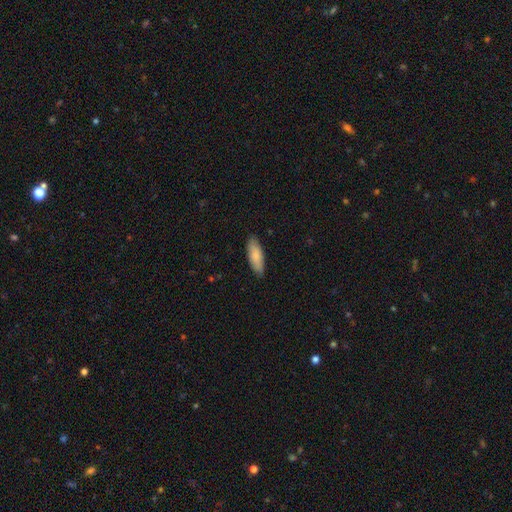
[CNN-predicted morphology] Smooth or featured? Predicted: smooth (p=0.84). How rounded? Predicted: in between (p=0.65). Merging? Predicted: none (p=0.86).